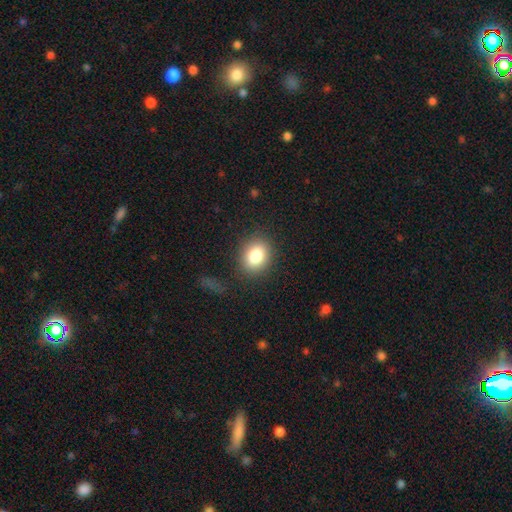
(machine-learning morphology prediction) This is clearly a smooth galaxy (82%). How rounded: possibly round (52%). Merging: clearly none (84%).